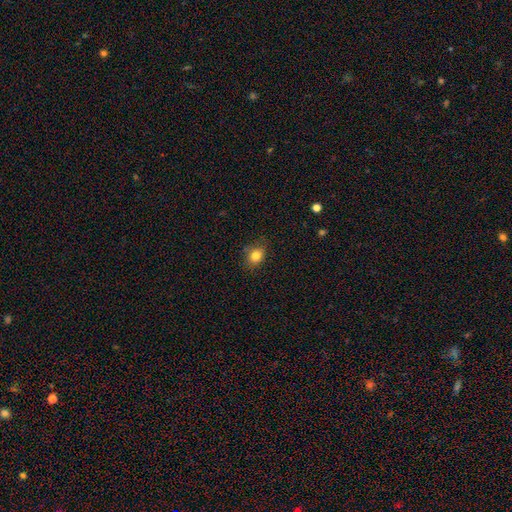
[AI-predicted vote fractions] Smooth or featured?
  - smooth: 82% *
  - star or artifact: 11%
  - featured or disk: 7%
How rounded?
  - round: 51% *
  - in between: 48%
  - cigar-shaped: 1%
Merging?
  - none: 78% *
  - minor disturbance: 17%
  - major disturbance: 4%
  - merger: 1%